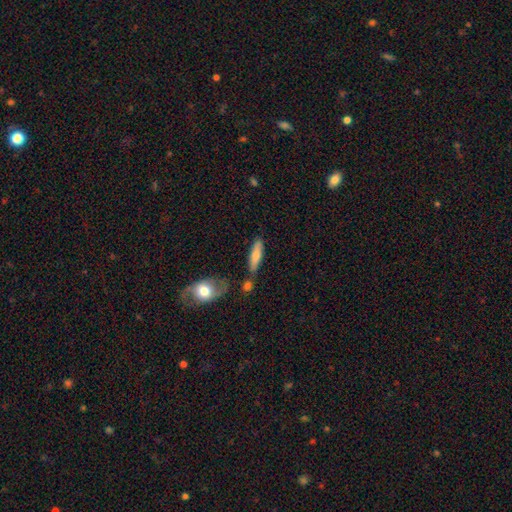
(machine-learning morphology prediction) Smooth or featured? Predicted: smooth (p=0.70). How rounded? Predicted: cigar-shaped (p=0.65). Merging? Predicted: none (p=0.68).